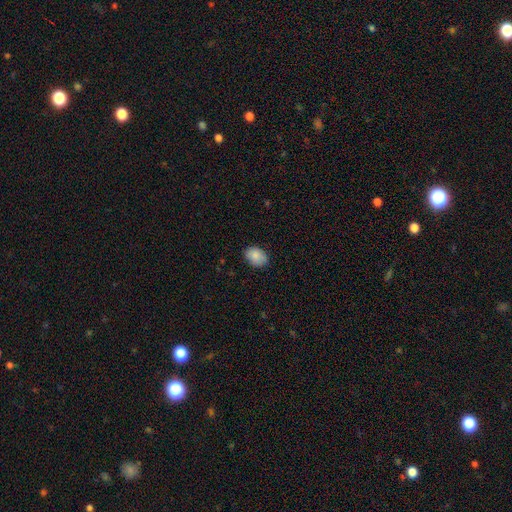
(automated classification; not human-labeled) Overall: smooth (87%). How rounded: in between (75%). Merging: none (82%).